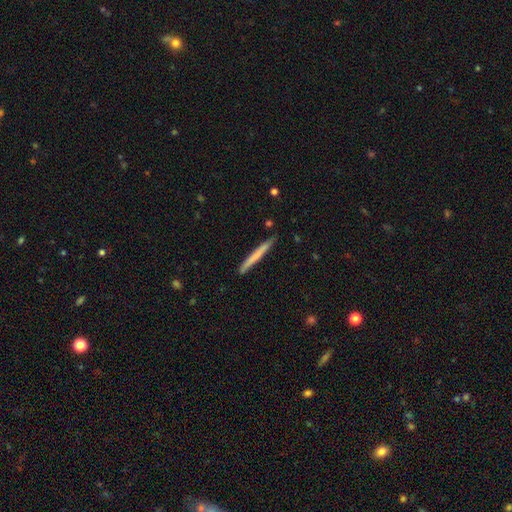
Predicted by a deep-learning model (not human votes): This appears to be a smooth galaxy with no disk features (63%) that is cigar-shaped (97%). Merging: none (88%).